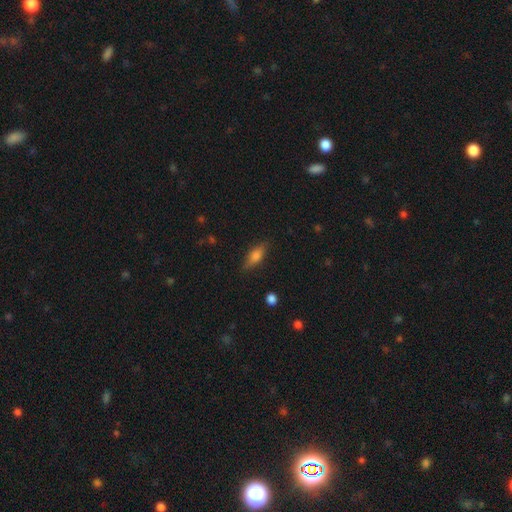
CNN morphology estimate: This appears to be a smooth galaxy with no disk features (68%) that is in between round and cigar-shaped (68%). Merging: none (80%).